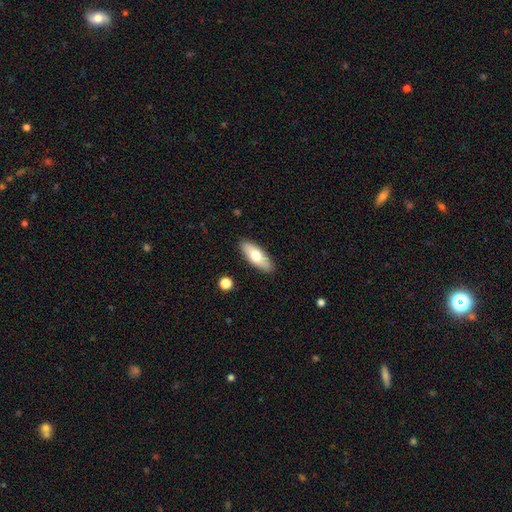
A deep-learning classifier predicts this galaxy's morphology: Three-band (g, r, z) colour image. It shows a smooth galaxy with no disk features (69%) that is in between round and cigar-shaped (75%). Merging: none (88%).